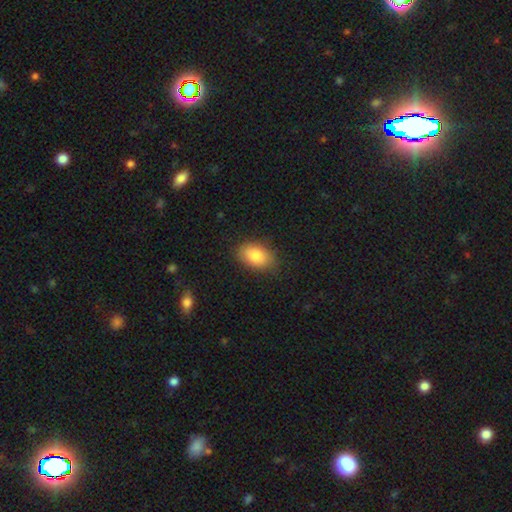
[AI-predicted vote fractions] smooth-or-featured: smooth: 86% | featured or disk: 7% | star or artifact: 7%
  how-rounded: in between: 89% | round: 9% | cigar-shaped: 1%
  merging: none: 82% | minor disturbance: 14% | major disturbance: 3% | merger: 1%